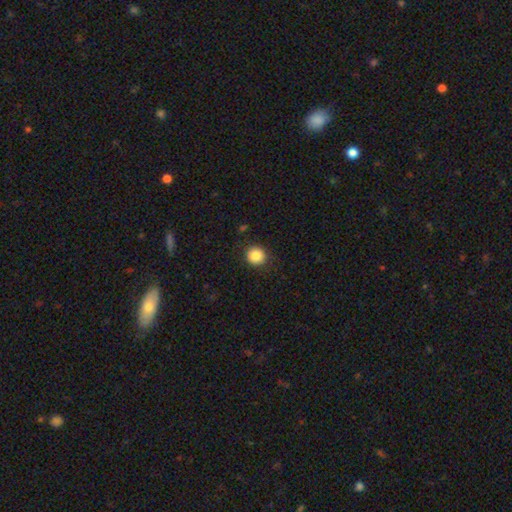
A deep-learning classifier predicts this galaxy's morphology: smooth_or_featured: smooth (p=0.86) [alt: star or artifact p=0.09]
how_rounded: round (p=0.92) [alt: in between p=0.07]
merging: none (p=0.89) [alt: minor disturbance p=0.08]